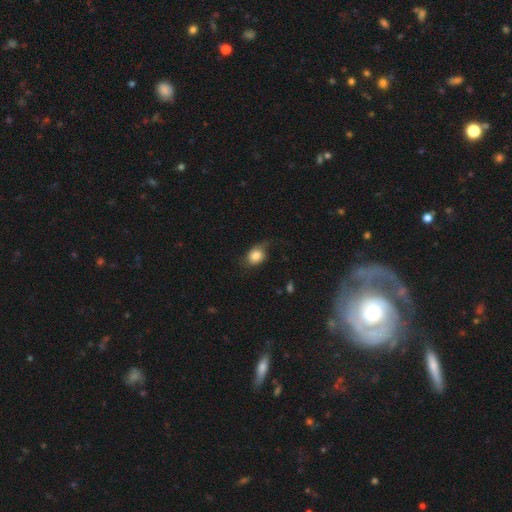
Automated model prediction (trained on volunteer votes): This appears to be a smooth galaxy with no disk features (81%) that is in between round and cigar-shaped (52%). Merging: none (52%).